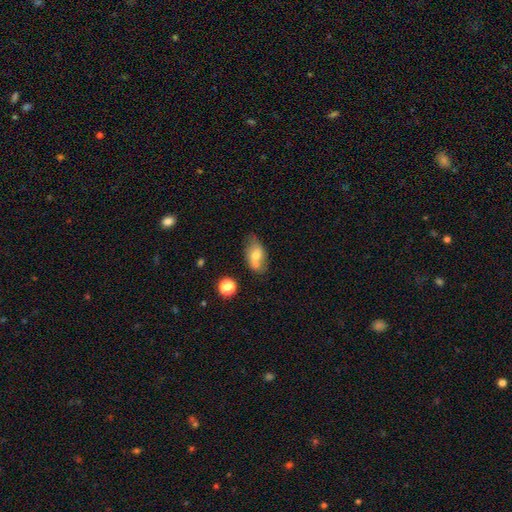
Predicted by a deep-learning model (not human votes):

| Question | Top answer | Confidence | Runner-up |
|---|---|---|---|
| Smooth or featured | smooth | 62% | featured or disk (29%) |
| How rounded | in between | 87% | round (9%) |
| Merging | none | 54% | minor disturbance (24%) |